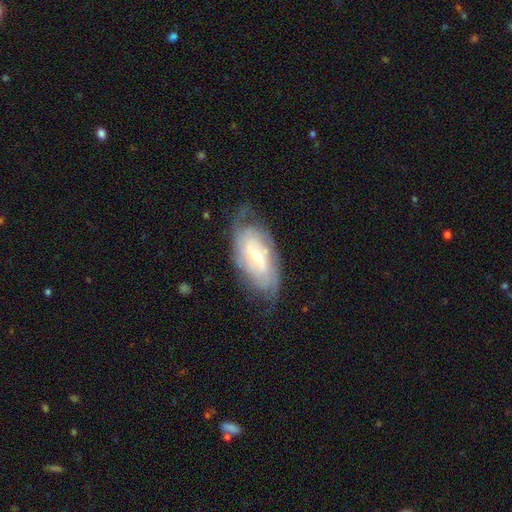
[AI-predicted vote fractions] A featured or disk galaxy (78%) with a weak bar (46%), tight (59%) spiral arms (91%) and a small central bulge (60%).

Vote fractions:
- Smooth or featured? featured or disk: 78% / smooth: 16% / star or artifact: 6%
- Edge-on disk? no: 92% / yes: 8%
- Bar? weak: 46% / no: 31% / strong: 23%
- Spiral arms? yes: 91% / no: 9%
- Spiral winding? tight: 59% / medium: 30% / loose: 10%
- Spiral arm count? can't tell: 44% / 2: 30% / 3: 11% / 4: 7% / 1: 4% / more than 4: 4%
- Bulge size? small: 60% / moderate: 35% / large: 2% / none: 2% / dominant: 1%
- Merging? none: 69% / minor disturbance: 21% / major disturbance: 9% / merger: 2%